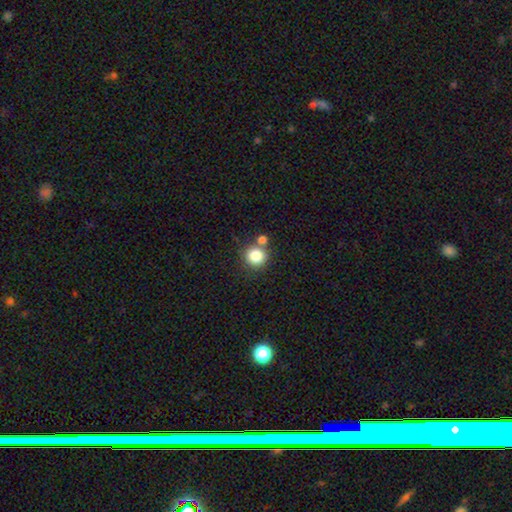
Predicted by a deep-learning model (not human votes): Smooth or featured? Predicted: smooth (p=0.83). How rounded? Predicted: round (p=0.91). Merging? Predicted: none (p=0.68).